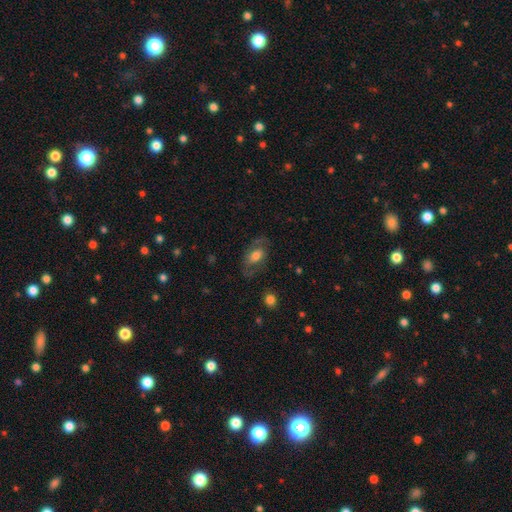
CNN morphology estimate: The model was most divided on "smooth or featured": smooth: 50%, featured or disk: 43%, star or artifact: 8%. More confident: merging — none (64%).